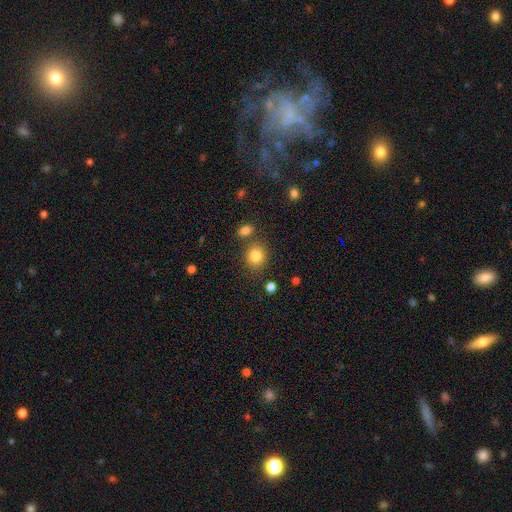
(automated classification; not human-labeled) A smooth galaxy with no disk features (82%) that is round (78%). Merging: none (77%).